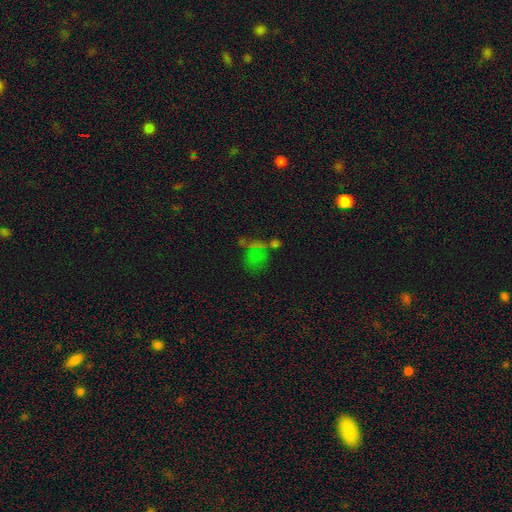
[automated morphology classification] The model was most divided on "smooth or featured": star or artifact: 45%, smooth: 40%, featured or disk: 15%.